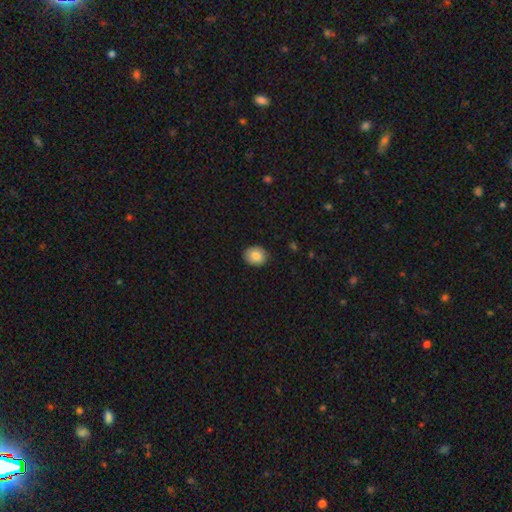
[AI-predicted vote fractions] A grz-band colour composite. It shows a smooth galaxy with no disk features (83%) that is round (54%). Merging: none (86%).